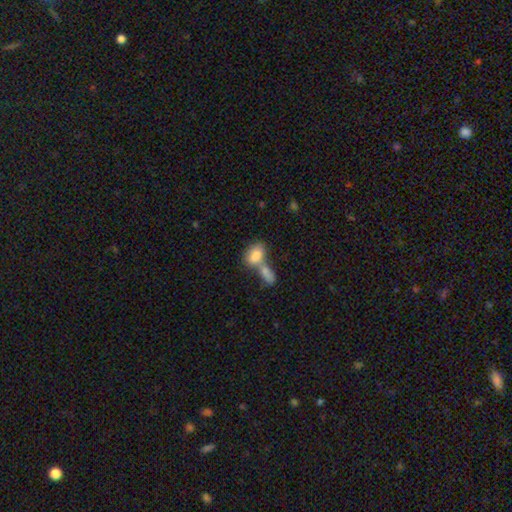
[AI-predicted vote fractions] Smooth or featured? Predicted: smooth (p=0.82). How rounded? Predicted: in between (p=0.88). Merging? Predicted: merger (p=0.61).